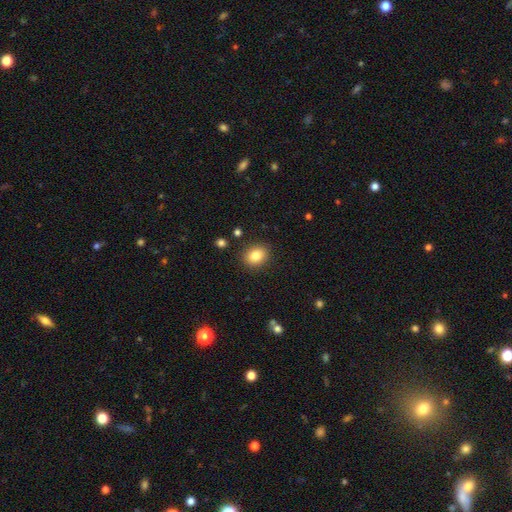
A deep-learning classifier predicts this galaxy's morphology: Smooth or featured: smooth — 84% (star or artifact — 10%)
How rounded: round — 51% (in between — 48%)
Merging: none — 88% (minor disturbance — 8%)